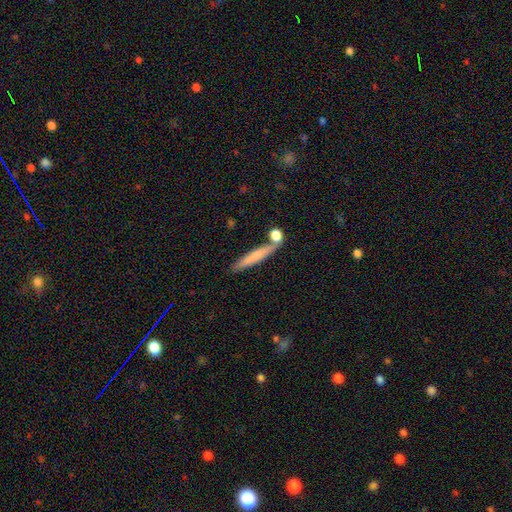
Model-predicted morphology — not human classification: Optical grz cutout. It shows a smooth galaxy with no disk features (68%) that is cigar-shaped (92%). Merging: none (76%).